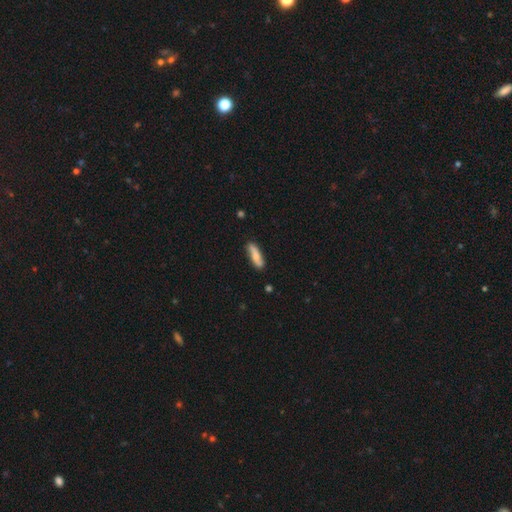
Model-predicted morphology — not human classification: smooth 59%, featured or disk 35%, star or artifact 6%. Down the decision tree: how rounded — cigar-shaped (62%); merging — none (80%).